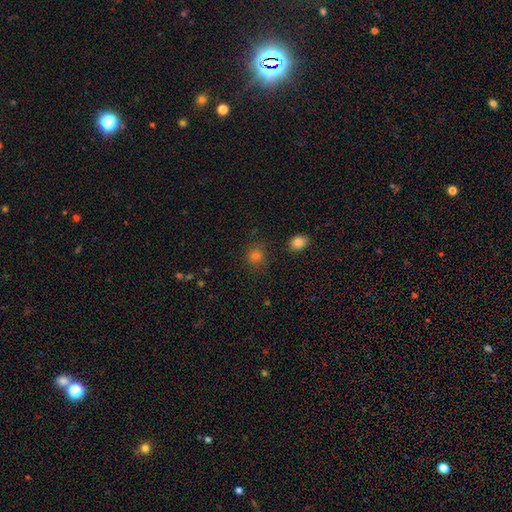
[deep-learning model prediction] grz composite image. It shows a smooth galaxy with no disk features (76%) that is round (81%). Merging: none (81%).